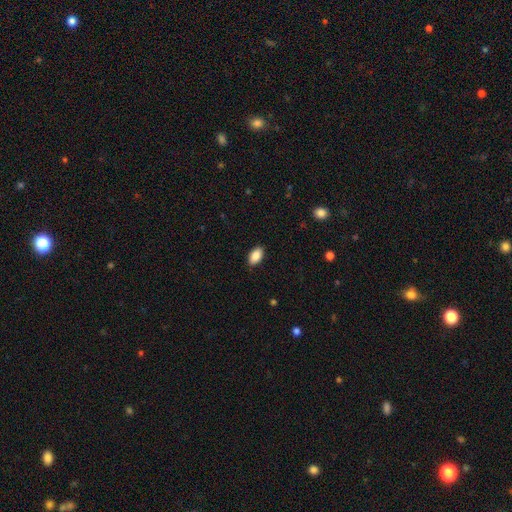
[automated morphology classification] Smooth or featured: smooth — 88% (star or artifact — 7%)
How rounded: in between — 93% (round — 5%)
Merging: none — 88% (minor disturbance — 9%)